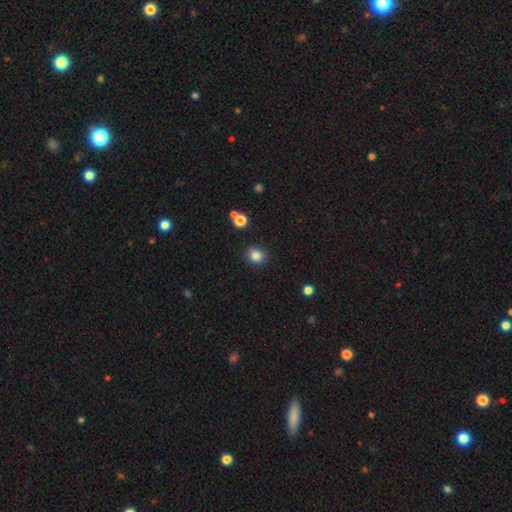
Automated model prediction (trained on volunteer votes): This appears to be a smooth galaxy with no disk features (83%) that is round (82%). Merging: none (88%).